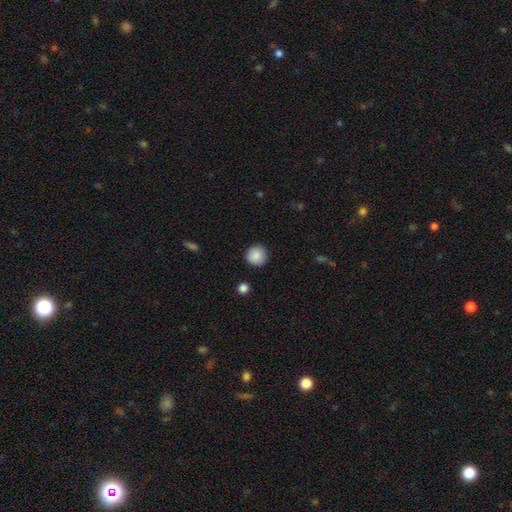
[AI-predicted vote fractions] Smooth or featured? Predicted: smooth (p=0.88). How rounded? Predicted: round (p=0.95). Merging? Predicted: none (p=0.91).